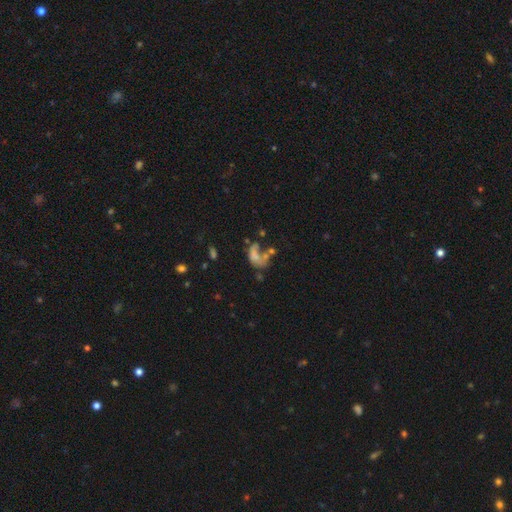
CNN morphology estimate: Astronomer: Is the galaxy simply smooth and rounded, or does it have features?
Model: smooth — 43% (runner-up: featured or disk, 41%).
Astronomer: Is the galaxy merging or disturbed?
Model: major disturbance — 37% (runner-up: merger, 33%).